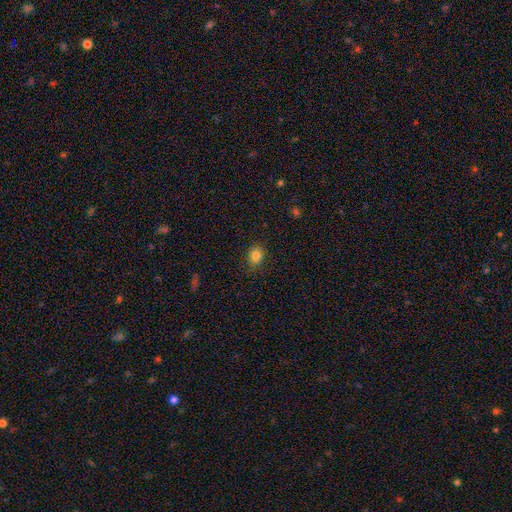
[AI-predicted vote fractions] smooth-or-featured: smooth: 84% | star or artifact: 12% | featured or disk: 5%
  how-rounded: round: 50% | in between: 49% | cigar-shaped: 1%
  merging: none: 82% | minor disturbance: 13% | major disturbance: 3% | merger: 1%